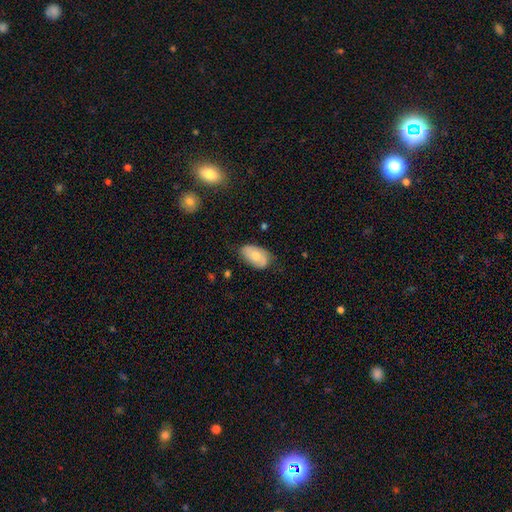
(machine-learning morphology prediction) A smooth galaxy with no disk features (69%) that is in between round and cigar-shaped (94%). Merging: none (68%).